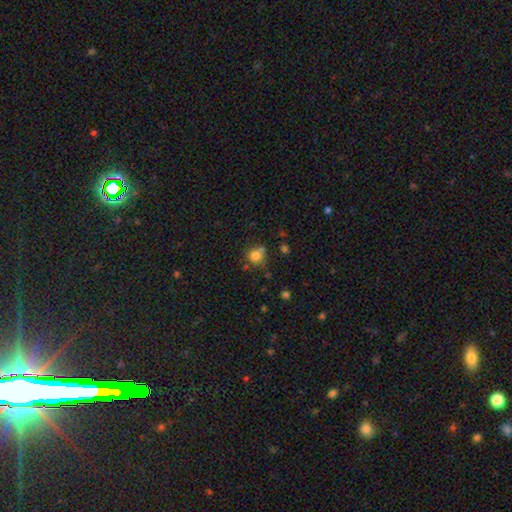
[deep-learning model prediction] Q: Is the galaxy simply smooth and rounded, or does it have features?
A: smooth — 78%.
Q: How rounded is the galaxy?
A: round — 86%.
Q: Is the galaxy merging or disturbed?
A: none — 60%.